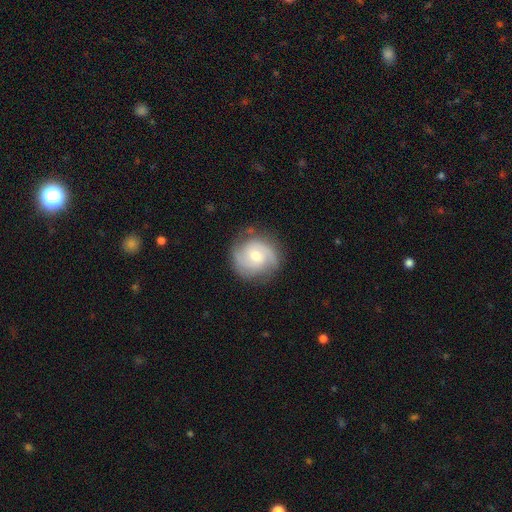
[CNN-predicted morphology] A featured or disk galaxy (74%) with no bar (61%), 2 (63%) tight (45%) spiral arms (94%) and a moderate central bulge (60%). Merging: none (80%).